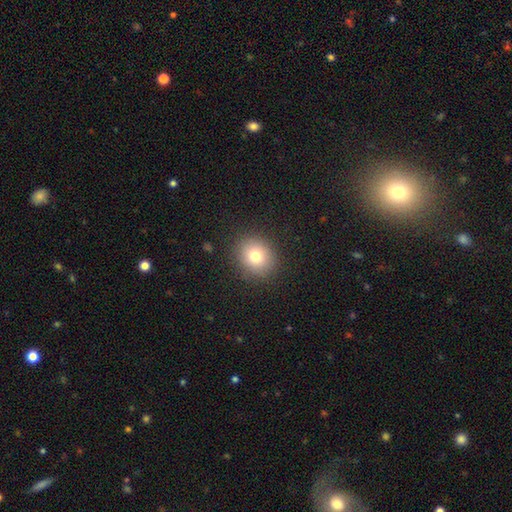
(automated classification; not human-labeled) smooth 77%, star or artifact 12%, featured or disk 11%. Down the decision tree: how rounded — round (73%); merging — none (88%).